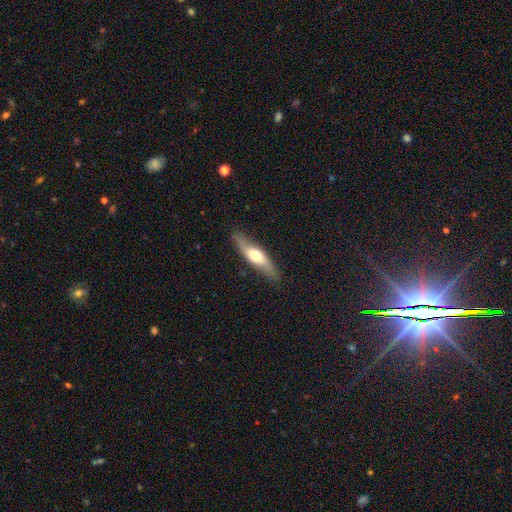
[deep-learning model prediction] Smooth or featured? Predicted: featured or disk (p=0.48). Merging? Predicted: none (p=0.84).